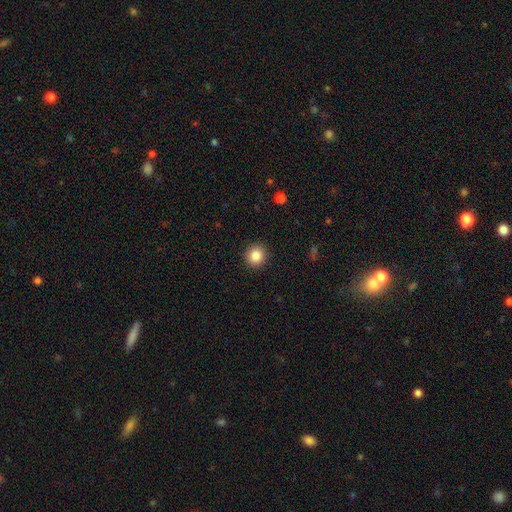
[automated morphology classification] Smooth or featured? Predicted: smooth (p=0.85). How rounded? Predicted: round (p=0.91). Merging? Predicted: none (p=0.92).